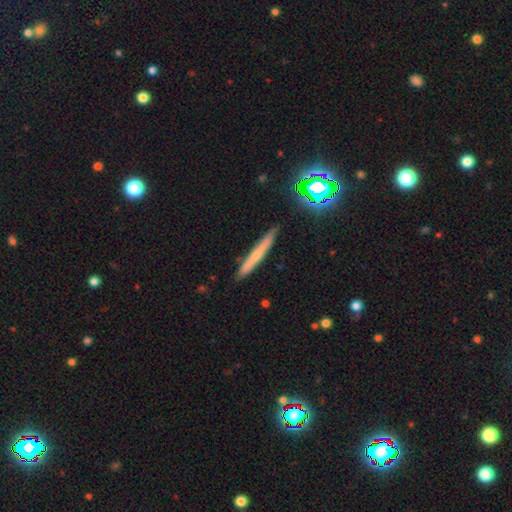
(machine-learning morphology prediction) smooth_or_featured: smooth (p=0.52) [alt: featured or disk p=0.37]
how_rounded: cigar-shaped (p=0.95) [alt: in between p=0.03]
merging: none (p=0.87) [alt: minor disturbance p=0.09]